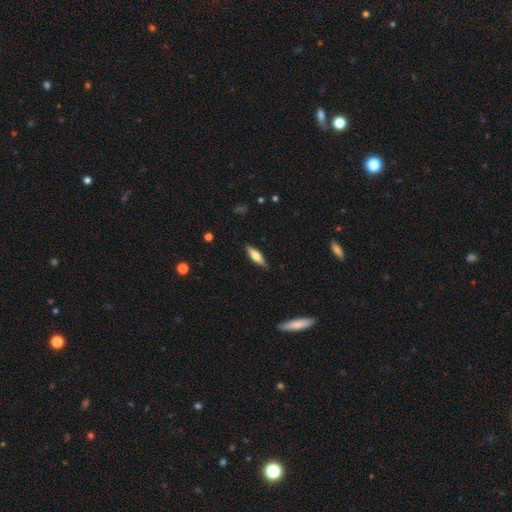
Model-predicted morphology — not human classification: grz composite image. It shows a smooth galaxy with no disk features (60%) that is cigar-shaped (58%). Merging: none (87%).